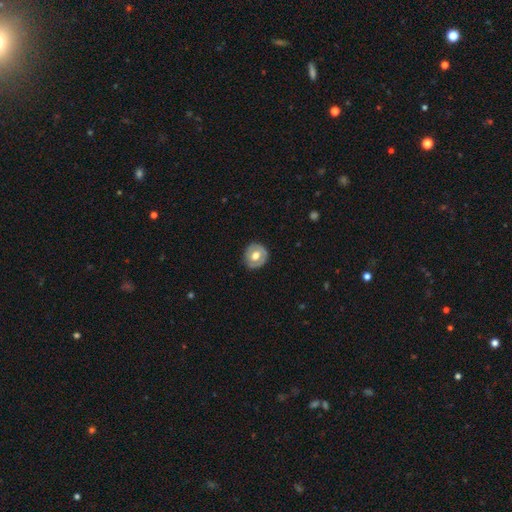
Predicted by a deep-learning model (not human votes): Smooth or featured?
  - smooth: 49% *
  - featured or disk: 44%
  - star or artifact: 7%
Merging?
  - none: 81% *
  - minor disturbance: 14%
  - major disturbance: 4%
  - merger: 1%